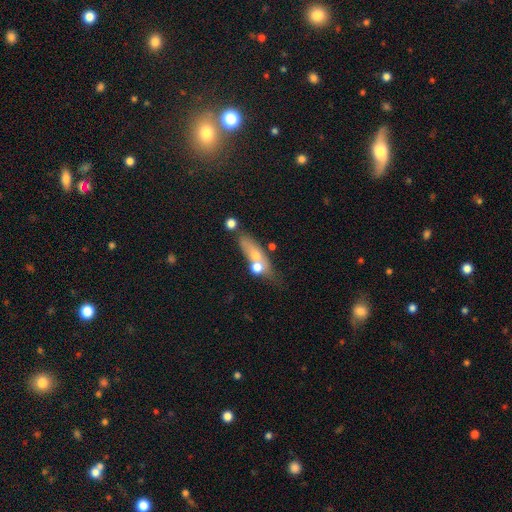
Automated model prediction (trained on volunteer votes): This appears to be a smooth galaxy with no disk features (55%) that is in between round and cigar-shaped (45%). Merging: none (44%).